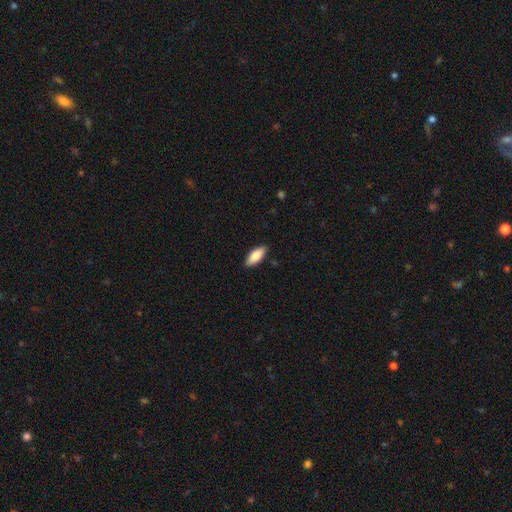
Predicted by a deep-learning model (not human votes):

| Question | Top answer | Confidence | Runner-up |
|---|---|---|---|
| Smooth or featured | smooth | 83% | featured or disk (11%) |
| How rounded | in between | 78% | cigar-shaped (21%) |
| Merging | none | 87% | minor disturbance (10%) |